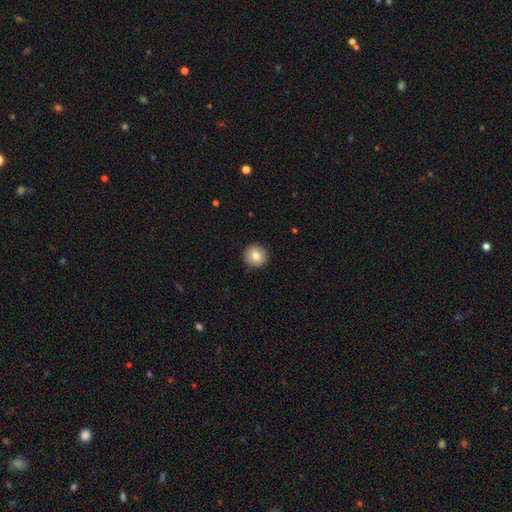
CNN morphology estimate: Smooth or featured: smooth — 81% (featured or disk — 10%)
How rounded: round — 92% (in between — 7%)
Merging: none — 92% (minor disturbance — 6%)